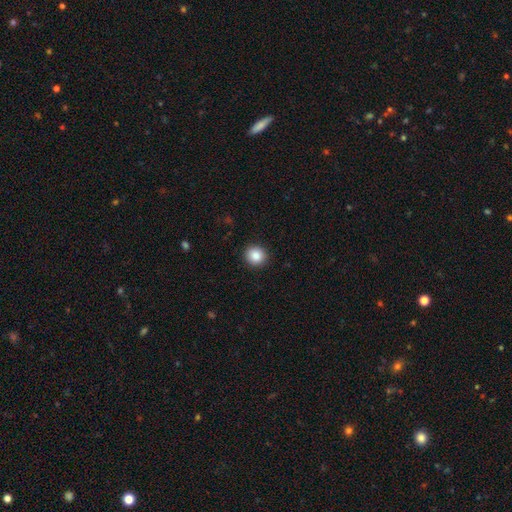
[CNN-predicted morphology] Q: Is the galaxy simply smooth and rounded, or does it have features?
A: smooth — 86%.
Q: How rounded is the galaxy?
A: round — 91%.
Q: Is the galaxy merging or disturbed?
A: none — 92%.